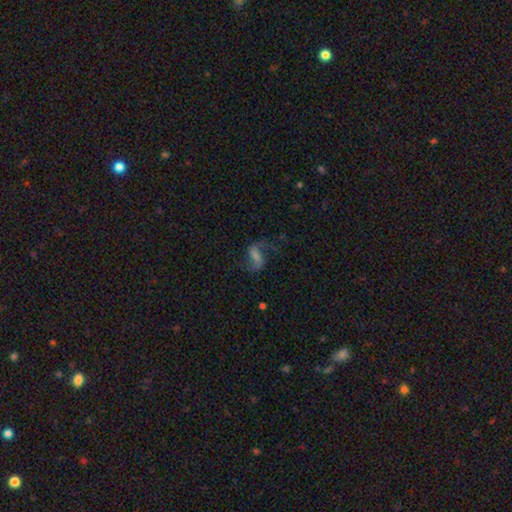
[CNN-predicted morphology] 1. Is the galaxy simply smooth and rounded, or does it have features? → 76% featured or disk, 13% smooth, 11% star or artifact.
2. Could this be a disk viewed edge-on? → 96% no, 4% yes.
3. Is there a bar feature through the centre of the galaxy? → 46% weak, 35% strong, 20% no.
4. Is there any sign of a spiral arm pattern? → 94% yes, 6% no.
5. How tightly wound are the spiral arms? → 72% loose, 24% medium, 4% tight.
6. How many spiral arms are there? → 91% 2, 4% 1, 3% can't tell, 1% 3, 1% 4, 1% more than 4.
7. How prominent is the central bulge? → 36% small, 31% none, 25% moderate, 6% large, 2% dominant.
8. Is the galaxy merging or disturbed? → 71% none, 14% minor disturbance, 13% major disturbance, 2% merger.